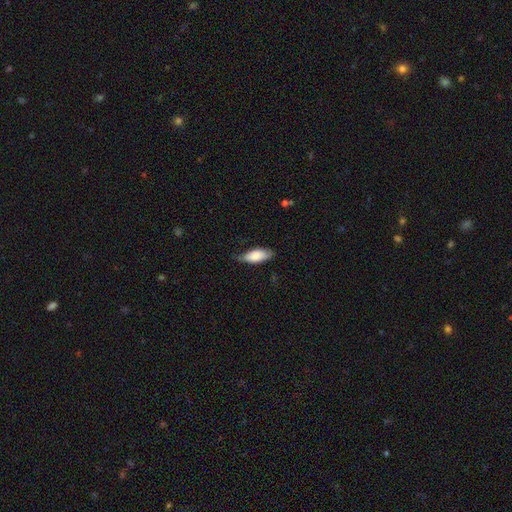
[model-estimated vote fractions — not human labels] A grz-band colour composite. It shows a smooth galaxy with no disk features (79%) that is in between round and cigar-shaped (82%). Merging: none (64%).